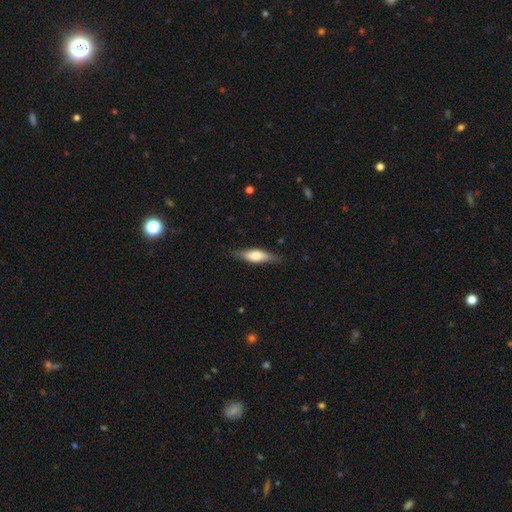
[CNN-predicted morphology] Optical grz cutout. It shows a smooth galaxy with no disk features (60%) that is cigar-shaped (53%). Merging: none (80%).